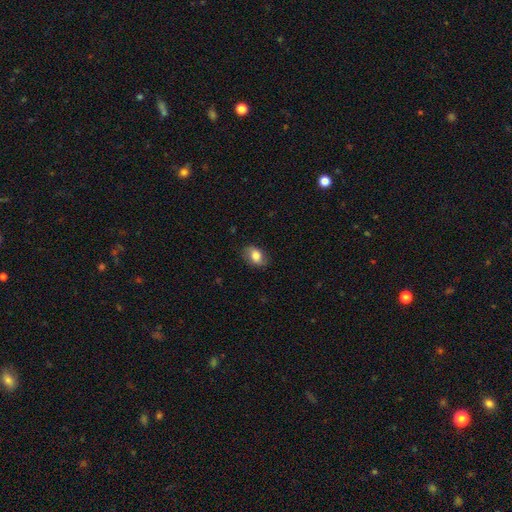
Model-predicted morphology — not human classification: smooth-or-featured: smooth: 75% | featured or disk: 17% | star or artifact: 8%
  how-rounded: in between: 79% | round: 20% | cigar-shaped: 1%
  merging: none: 79% | minor disturbance: 16% | major disturbance: 4% | merger: 1%